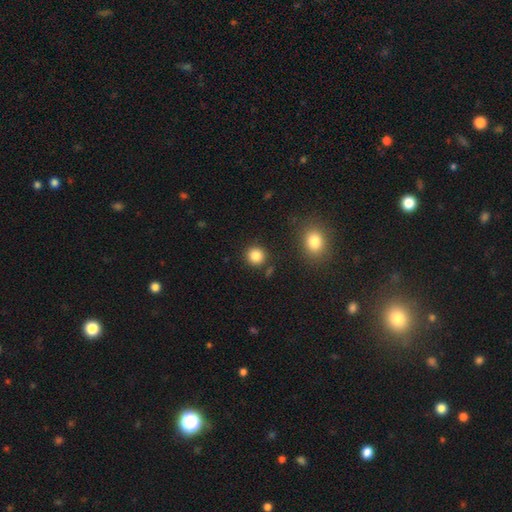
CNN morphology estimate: This is clearly a smooth galaxy (84%). How rounded: clearly round (92%). Merging: clearly none (87%).